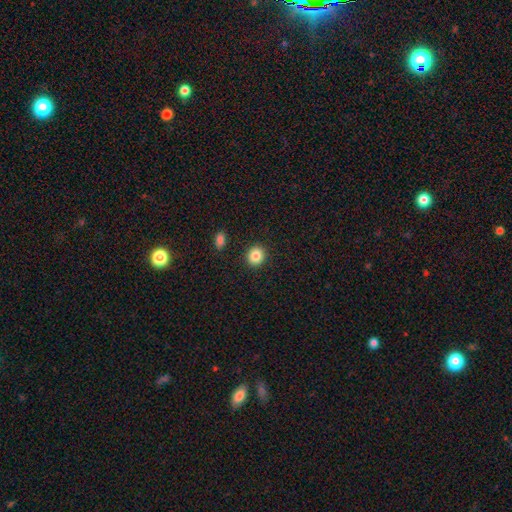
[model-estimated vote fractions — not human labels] smooth-or-featured: smooth: 86% | star or artifact: 9% | featured or disk: 5%
  how-rounded: round: 83% | in between: 16% | cigar-shaped: 1%
  merging: none: 91% | minor disturbance: 5% | major disturbance: 2% | merger: 2%